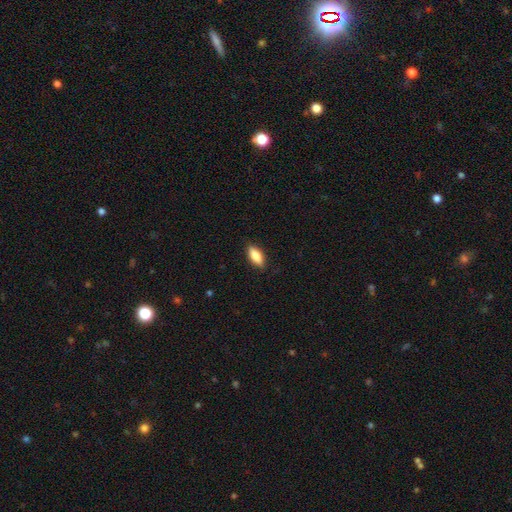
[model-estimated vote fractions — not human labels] Smooth or featured? smooth (82%)
How rounded? in between (80%)
Merging? none (87%)